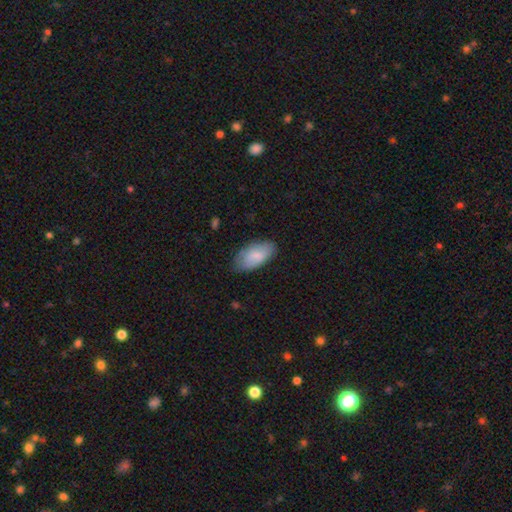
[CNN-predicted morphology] Smooth or featured: smooth — 79% (featured or disk — 15%)
How rounded: in between — 94% (cigar-shaped — 4%)
Merging: none — 72% (minor disturbance — 22%)